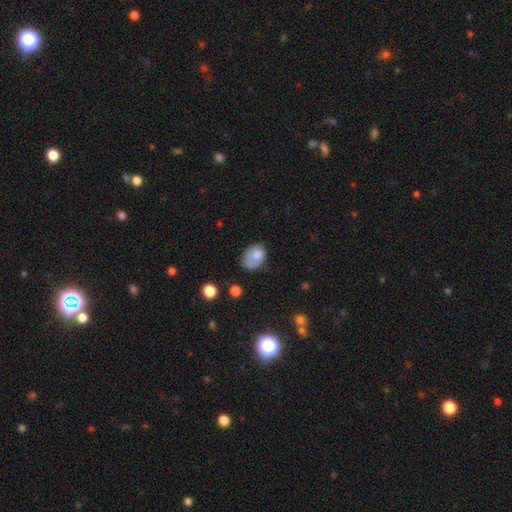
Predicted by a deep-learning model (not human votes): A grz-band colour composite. It shows a smooth galaxy with no disk features (77%) that is in between round and cigar-shaped (72%). Merging: none (43%).